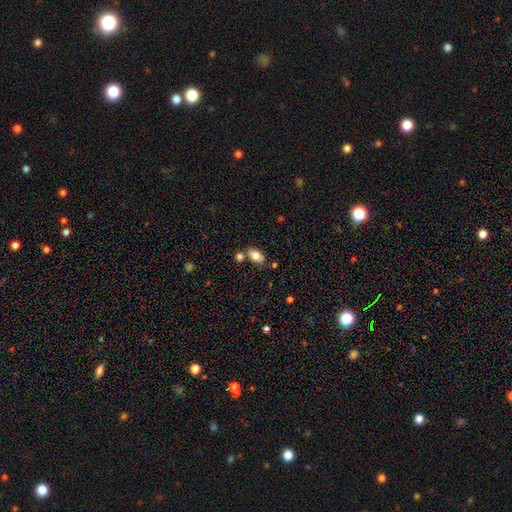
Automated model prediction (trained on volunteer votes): A smooth galaxy with no disk features (79%) that is in between round and cigar-shaped (90%).

Vote fractions:
- Smooth or featured? smooth: 79% / featured or disk: 13% / star or artifact: 8%
- How rounded? in between: 90% / round: 7% / cigar-shaped: 3%
- Merging? none: 70% / merger: 14% / minor disturbance: 13% / major disturbance: 3%